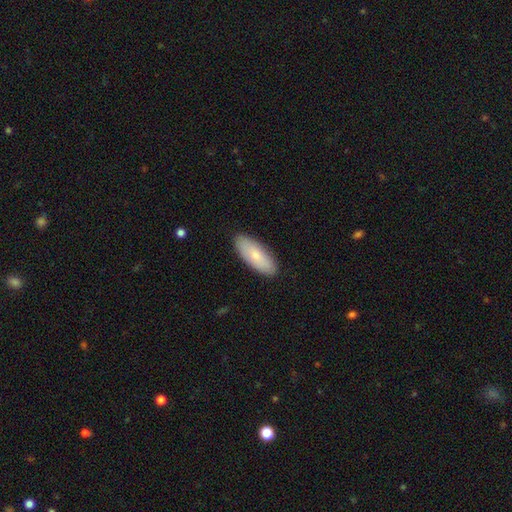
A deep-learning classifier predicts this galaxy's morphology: The model was most divided on "how rounded": in between: 77%, cigar-shaped: 21%, round: 2%. More confident: merging — none (89%); smooth or featured — smooth (76%).